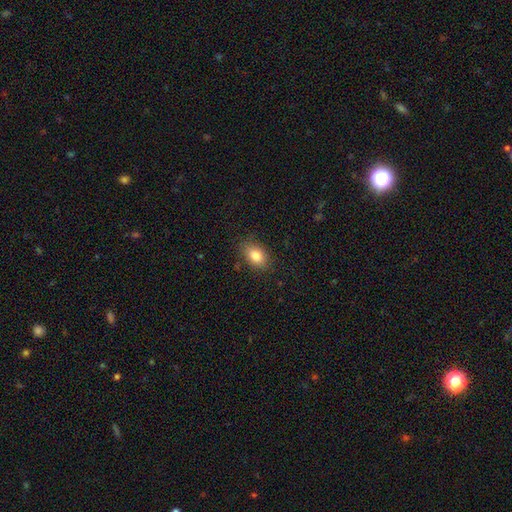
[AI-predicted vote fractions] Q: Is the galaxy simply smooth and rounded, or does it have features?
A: smooth — 83%.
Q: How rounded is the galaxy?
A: in between — 81%.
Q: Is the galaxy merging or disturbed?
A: none — 83%.